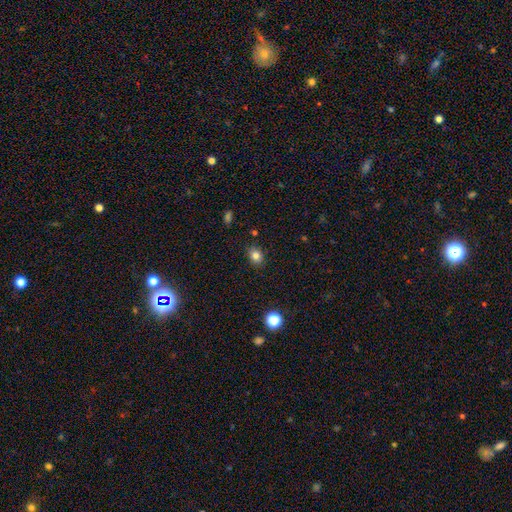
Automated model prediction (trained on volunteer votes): A smooth galaxy with no disk features (81%) that is in between round and cigar-shaped (51%).

Vote fractions:
- Smooth or featured? smooth: 81% / star or artifact: 12% / featured or disk: 7%
- How rounded? in between: 51% / round: 48% / cigar-shaped: 1%
- Merging? none: 86% / minor disturbance: 10% / major disturbance: 2% / merger: 2%